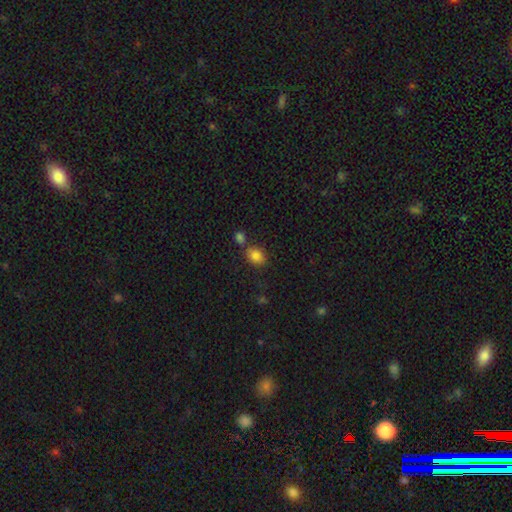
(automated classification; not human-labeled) Smooth or featured? Predicted: smooth (p=0.84). How rounded? Predicted: in between (p=0.67). Merging? Predicted: none (p=0.67).